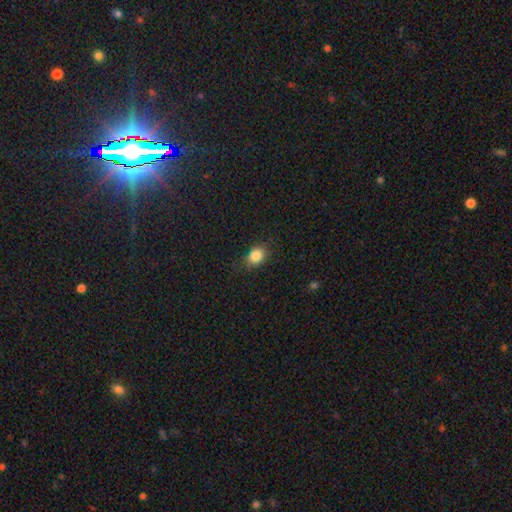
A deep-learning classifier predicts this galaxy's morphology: Smooth or featured: smooth — 84% (star or artifact — 11%)
How rounded: in between — 53% (round — 45%)
Merging: none — 78% (minor disturbance — 16%)